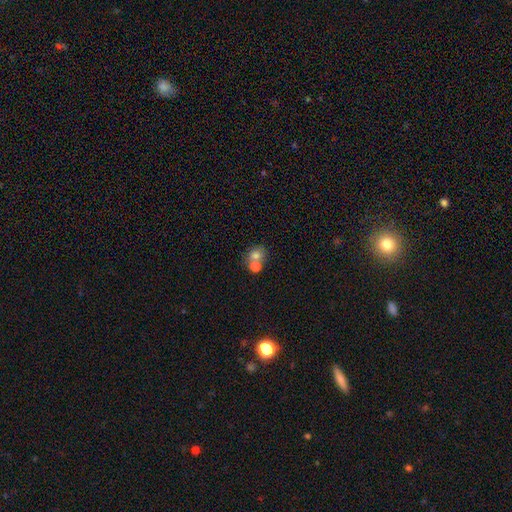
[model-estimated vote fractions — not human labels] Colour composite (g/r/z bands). It shows a smooth galaxy with no disk features (76%) that is round (71%). Merging: merger (53%).